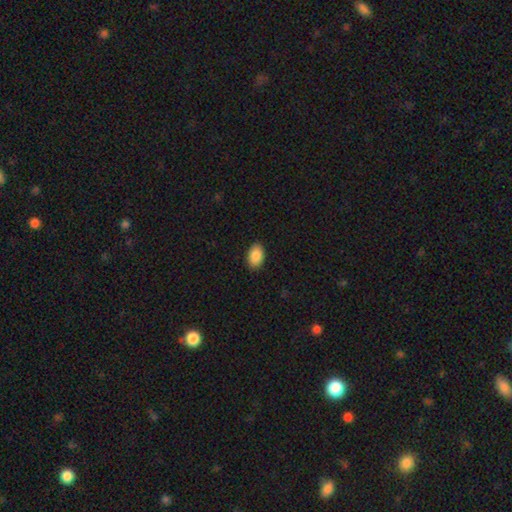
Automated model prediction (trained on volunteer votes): This appears to be a smooth galaxy with no disk features (89%) that is in between round and cigar-shaped (91%). Merging: none (90%).